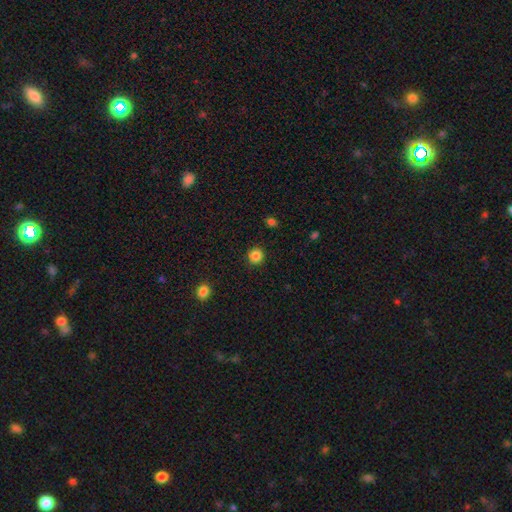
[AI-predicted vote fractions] smooth 84%, star or artifact 11%, featured or disk 4%. Down the decision tree: how rounded — round (94%); merging — none (91%).